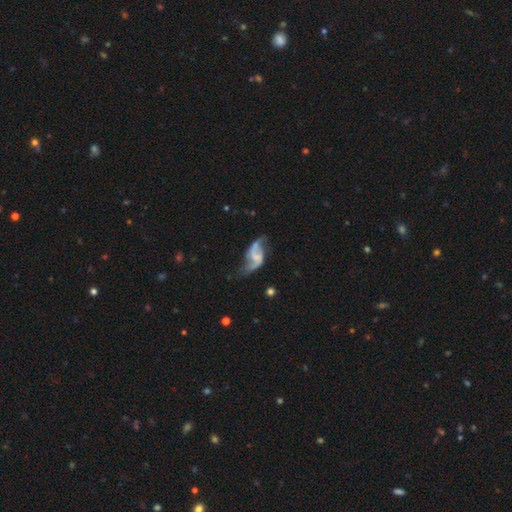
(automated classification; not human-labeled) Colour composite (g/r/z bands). It shows a featured or disk galaxy (84%) with a weak bar (46%), 2 (91%) loose (76%) spiral arms (92%) and no central bulge (46%). Merging: none (53%).